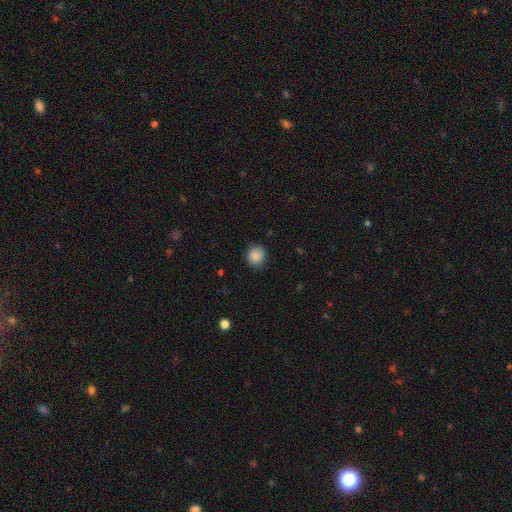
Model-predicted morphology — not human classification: smooth 88%, star or artifact 10%, featured or disk 3%. Down the decision tree: how rounded — round (91%); merging — none (89%).